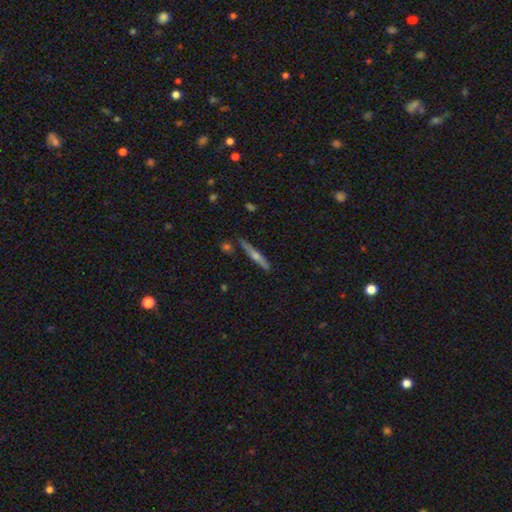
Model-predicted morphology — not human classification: This is likely a featured or disk galaxy (65%). It is clearly viewed edge-on (97%). Edge-on bulge: clearly rounded (81%). Merging: clearly none (86%).